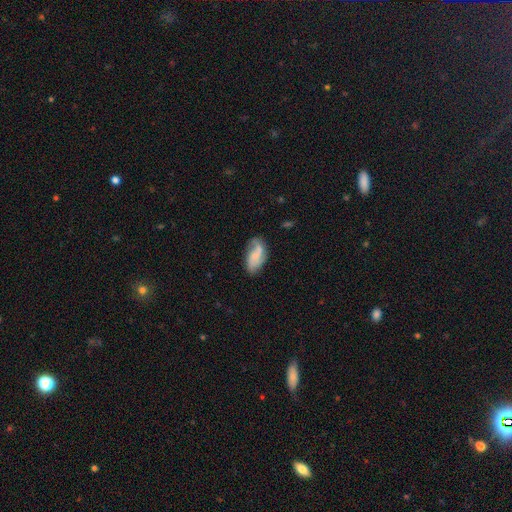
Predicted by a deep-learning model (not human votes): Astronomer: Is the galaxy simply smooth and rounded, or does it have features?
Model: featured or disk — 54% (runner-up: smooth, 39%).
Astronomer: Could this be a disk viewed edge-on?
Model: no — 96%.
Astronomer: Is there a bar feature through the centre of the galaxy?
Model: no — 55% (runner-up: weak, 36%).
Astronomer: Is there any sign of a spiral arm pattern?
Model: yes — 85%.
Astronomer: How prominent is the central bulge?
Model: small — 48% (runner-up: none, 27%).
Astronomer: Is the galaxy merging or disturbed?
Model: none — 55%.